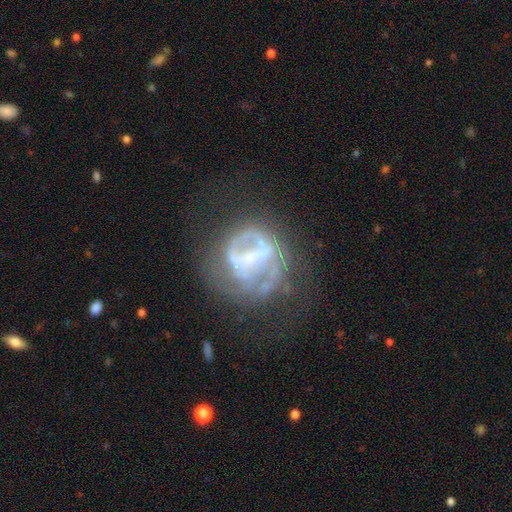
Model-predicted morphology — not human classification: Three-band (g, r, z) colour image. It shows a featured or disk galaxy (71%) with a weak bar (36%), no spiral arms (59%) and a small central bulge (53%). Merging: none (48%).